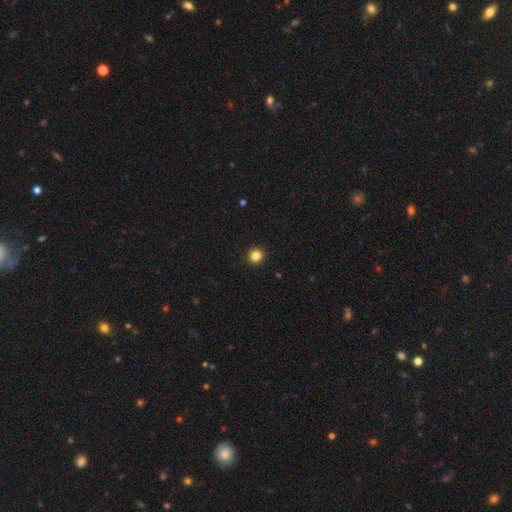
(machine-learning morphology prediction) A smooth galaxy with no disk features (84%) that is round (90%). Merging: none (93%).